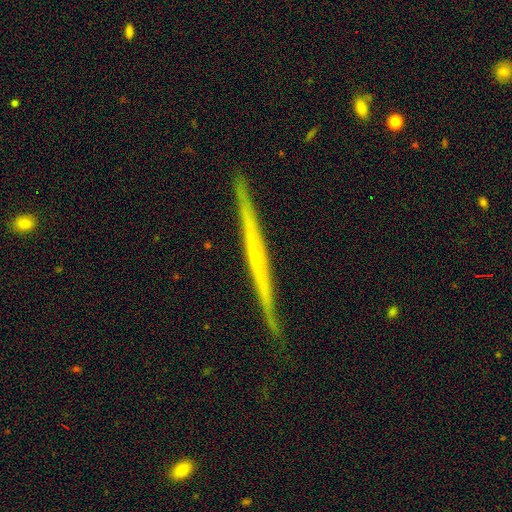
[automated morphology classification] This is likely a featured or disk galaxy (72%). It is clearly viewed edge-on (98%). Edge-on bulge: likely none (77%). Merging: clearly none (90%).